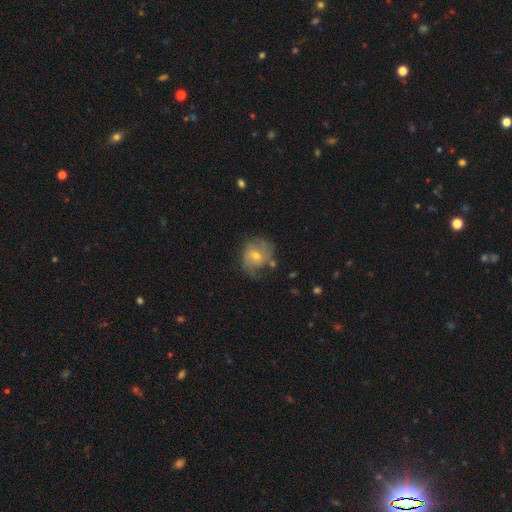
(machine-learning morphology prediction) smooth-or-featured: smooth: 47% | featured or disk: 45% | star or artifact: 8%
  merging: none: 53% | minor disturbance: 28% | major disturbance: 14% | merger: 5%